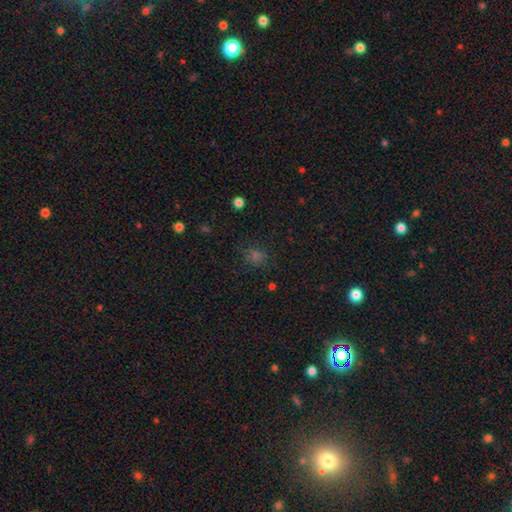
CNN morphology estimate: The model was most divided on "smooth or featured": smooth: 55%, star or artifact: 37%, featured or disk: 7%. More confident: merging — none (82%); how rounded — round (74%).